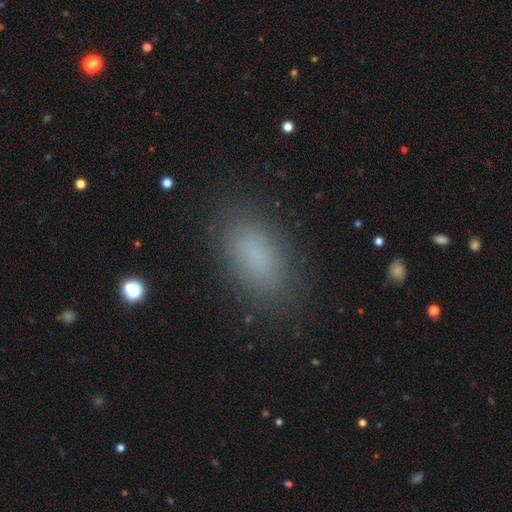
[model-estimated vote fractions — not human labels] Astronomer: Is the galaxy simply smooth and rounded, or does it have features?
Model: smooth — 83%.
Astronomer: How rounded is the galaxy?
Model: in between — 91%.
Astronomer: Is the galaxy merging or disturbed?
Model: none — 86%.